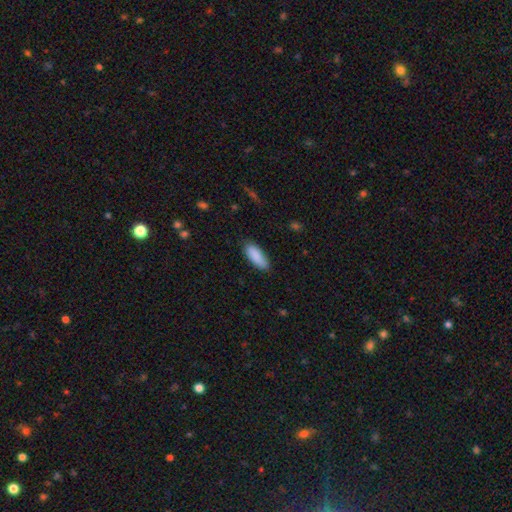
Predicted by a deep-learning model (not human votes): Morphology: type=smooth (89%); roundness=in between (75%); merging=none (82%).